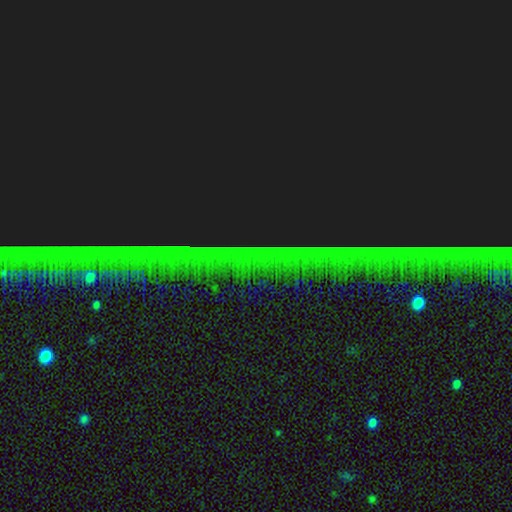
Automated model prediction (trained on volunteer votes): The model was most divided on "smooth or featured": star or artifact: 87%, featured or disk: 7%, smooth: 6%.